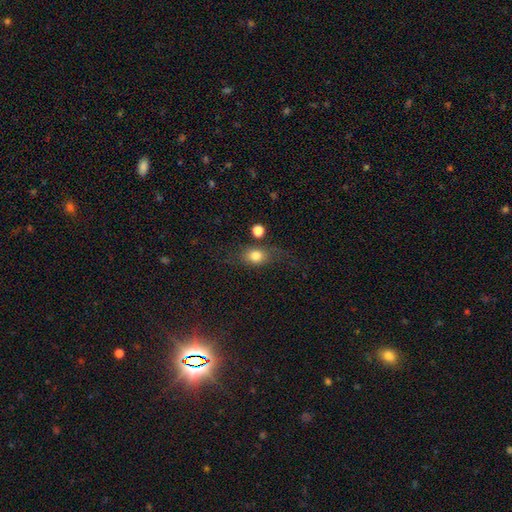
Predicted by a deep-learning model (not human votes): Smooth or featured?
  - smooth: 76% *
  - featured or disk: 13%
  - star or artifact: 11%
How rounded?
  - in between: 54% *
  - round: 41%
  - cigar-shaped: 5%
Merging?
  - none: 61% *
  - minor disturbance: 20%
  - major disturbance: 12%
  - merger: 8%